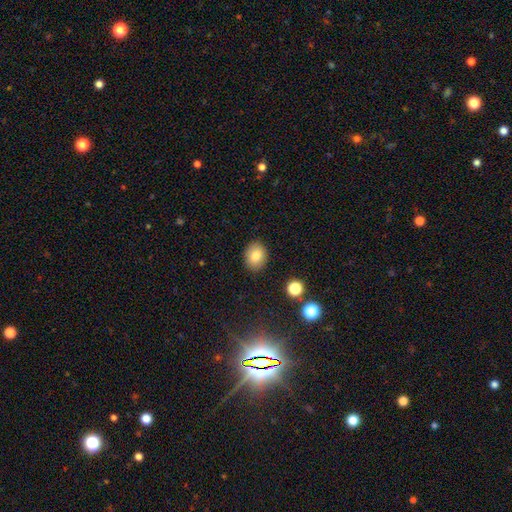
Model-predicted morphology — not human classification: Smooth or featured? smooth (81%)
How rounded? in between (51%)
Merging? none (88%)